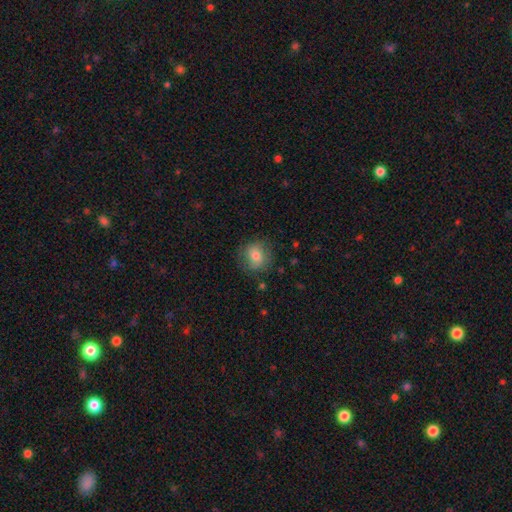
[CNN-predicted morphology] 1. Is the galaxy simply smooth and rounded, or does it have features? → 74% smooth, 17% featured or disk, 10% star or artifact.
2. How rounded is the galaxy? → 84% round, 15% in between, 1% cigar-shaped.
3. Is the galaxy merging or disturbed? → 80% none, 14% minor disturbance, 5% major disturbance, 1% merger.